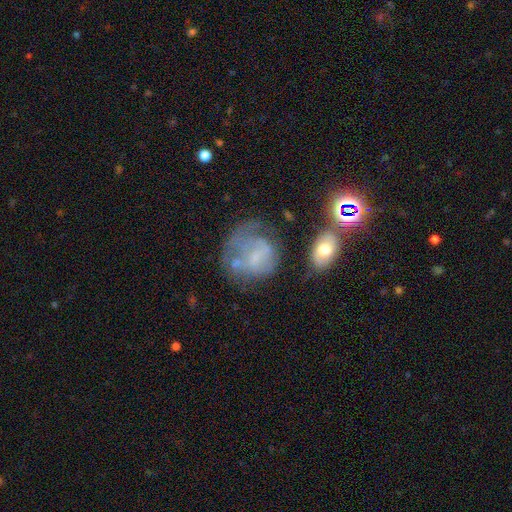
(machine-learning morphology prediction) The model was most divided on "merging": major disturbance: 35%, none: 34%, minor disturbance: 22%, merger: 9%. Remaining: smooth or featured — featured or disk (48%).